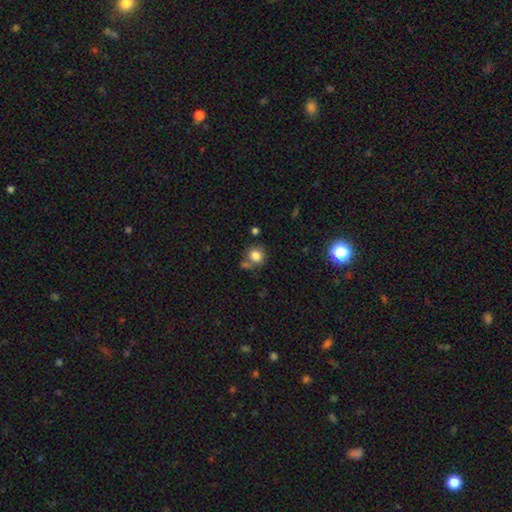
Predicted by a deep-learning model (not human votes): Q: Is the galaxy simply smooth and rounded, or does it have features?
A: smooth — 81%.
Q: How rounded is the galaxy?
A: round — 81%.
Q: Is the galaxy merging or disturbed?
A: none — 64%.